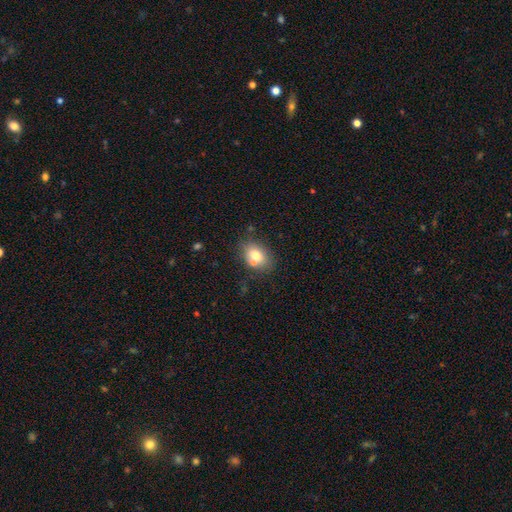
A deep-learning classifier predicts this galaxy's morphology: Overall: smooth (72%). How rounded: in between (69%; round 30%). Merging: none (61%).